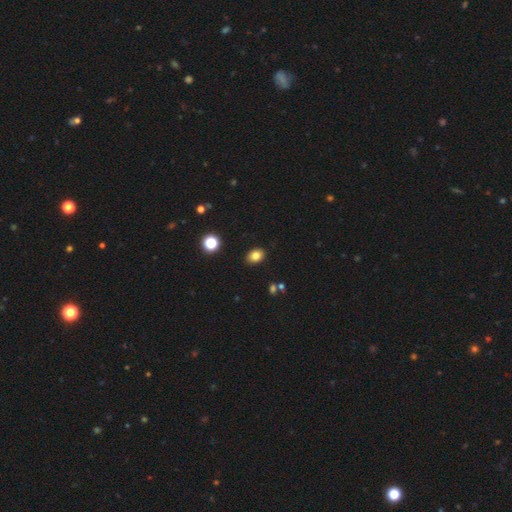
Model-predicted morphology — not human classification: smooth_or_featured: smooth (p=0.81) [alt: star or artifact p=0.11]
how_rounded: in between (p=0.71) [alt: round p=0.28]
merging: none (p=0.88) [alt: minor disturbance p=0.08]